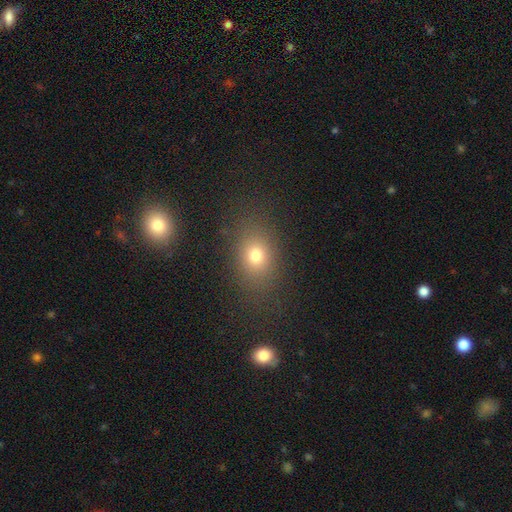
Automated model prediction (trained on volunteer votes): A smooth galaxy with no disk features (74%) that is in between round and cigar-shaped (62%). Merging: none (80%).